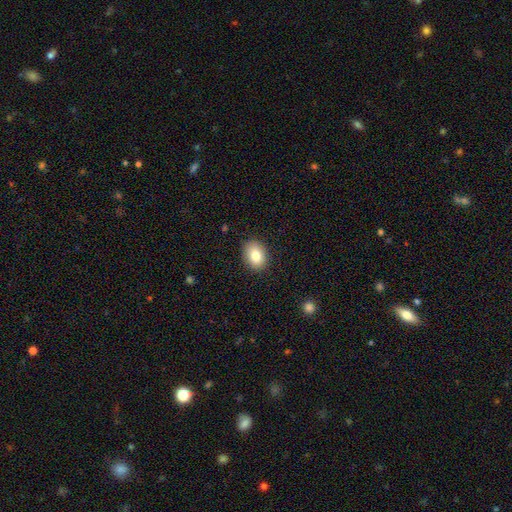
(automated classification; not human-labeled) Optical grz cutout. It shows a smooth galaxy with no disk features (82%) that is in between round and cigar-shaped (72%). Merging: none (88%).